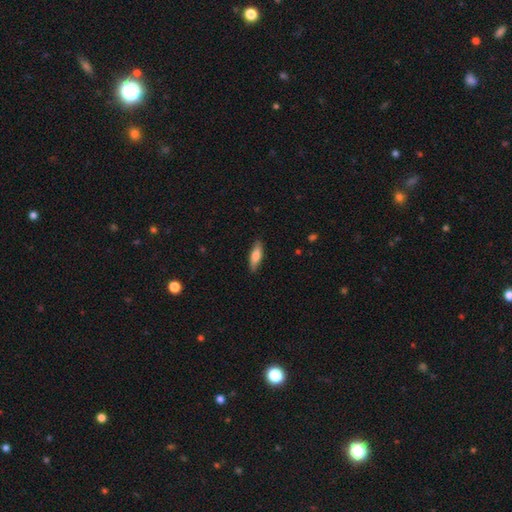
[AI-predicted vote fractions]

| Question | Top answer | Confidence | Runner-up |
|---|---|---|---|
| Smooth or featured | smooth | 74% | featured or disk (20%) |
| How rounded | cigar-shaped | 51% | in between (47%) |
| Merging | none | 85% | minor disturbance (11%) |